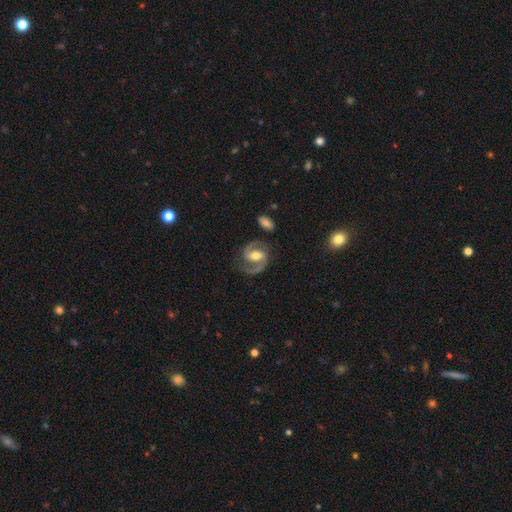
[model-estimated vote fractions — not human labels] Q: Smooth or featured?
A: featured or disk (90%); runner-up: smooth (6%)
Q: Edge-on disk?
A: no (98%); runner-up: yes (2%)
Q: Bar?
A: weak (43%); runner-up: strong (34%)
Q: Spiral arms?
A: yes (97%); runner-up: no (3%)
Q: Spiral winding?
A: medium (61%); runner-up: tight (23%)
Q: Spiral arm count?
A: 2 (92%); runner-up: 1 (3%)
Q: Bulge size?
A: moderate (71%); runner-up: small (17%)
Q: Merging?
A: none (79%); runner-up: minor disturbance (13%)